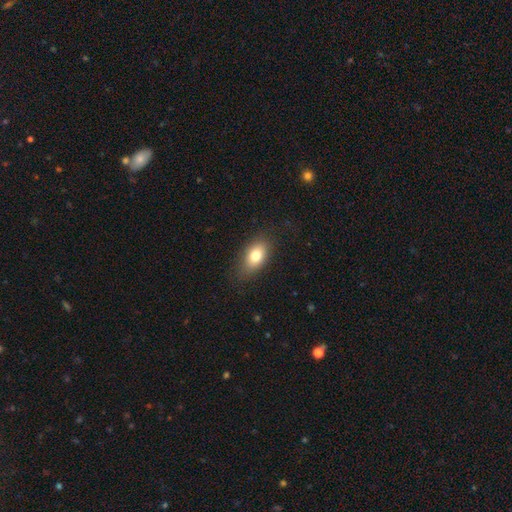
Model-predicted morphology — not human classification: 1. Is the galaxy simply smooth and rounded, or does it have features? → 78% smooth, 14% featured or disk, 8% star or artifact.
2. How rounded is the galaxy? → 87% in between, 9% round, 4% cigar-shaped.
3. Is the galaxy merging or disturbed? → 81% none, 14% minor disturbance, 4% major disturbance, 1% merger.